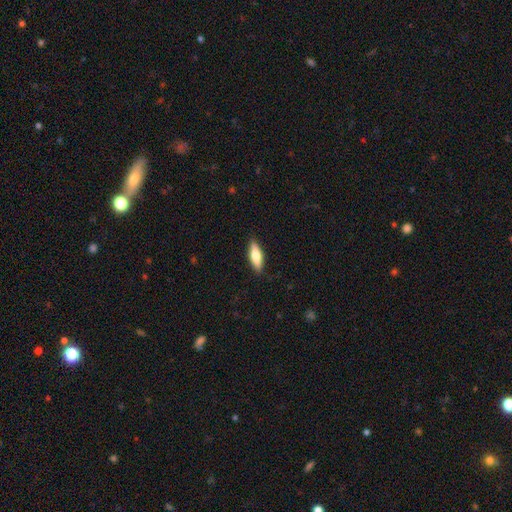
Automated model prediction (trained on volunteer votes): Morphology: type=smooth (67%); roundness=in between (54%); merging=none (88%).